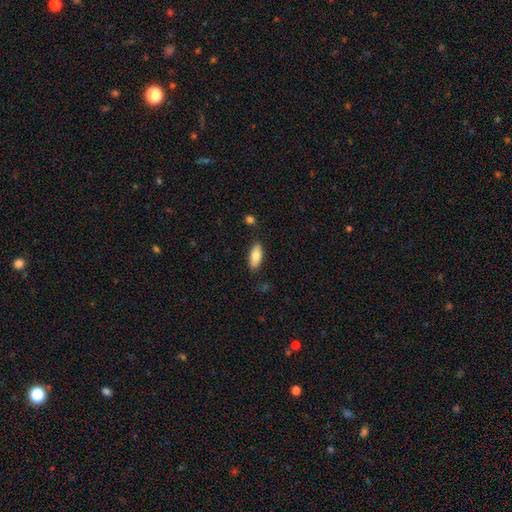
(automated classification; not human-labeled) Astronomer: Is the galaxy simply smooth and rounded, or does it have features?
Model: smooth — 82%.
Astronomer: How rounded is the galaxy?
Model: in between — 86%.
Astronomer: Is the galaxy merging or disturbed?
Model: none — 84%.